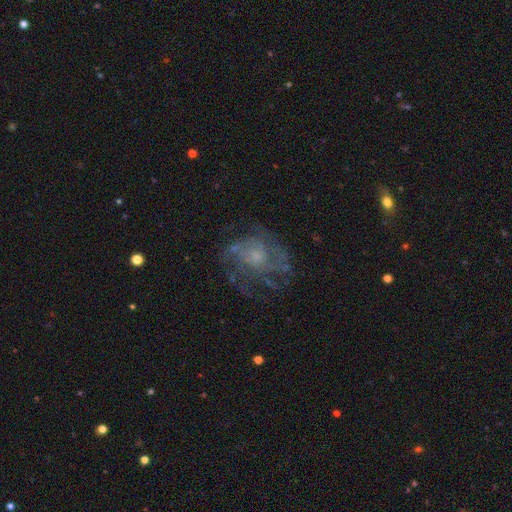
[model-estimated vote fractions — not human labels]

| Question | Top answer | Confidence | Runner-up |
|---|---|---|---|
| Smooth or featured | featured or disk | 72% | smooth (17%) |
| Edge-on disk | no | 98% | yes (2%) |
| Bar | no | 78% | weak (19%) |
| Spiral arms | yes | 77% | no (23%) |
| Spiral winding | medium | 41% | tied: tight (41%) |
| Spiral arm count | can't tell | 44% | 3 (17%) |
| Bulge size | small | 47% | moderate (31%) |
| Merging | none | 63% | major disturbance (18%) |